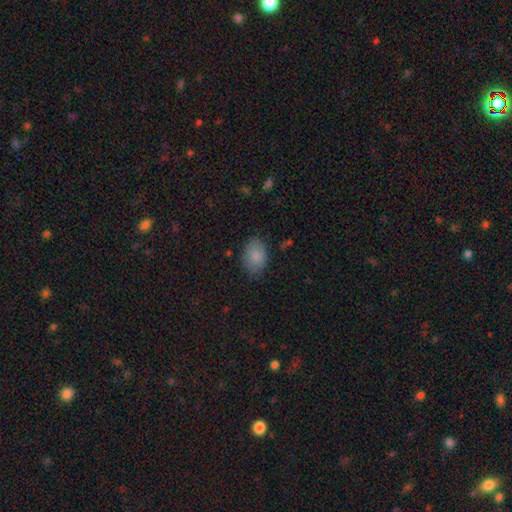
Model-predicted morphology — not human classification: Smooth or featured: smooth — 87% (star or artifact — 8%)
How rounded: in between — 84% (round — 15%)
Merging: none — 78% (minor disturbance — 17%)